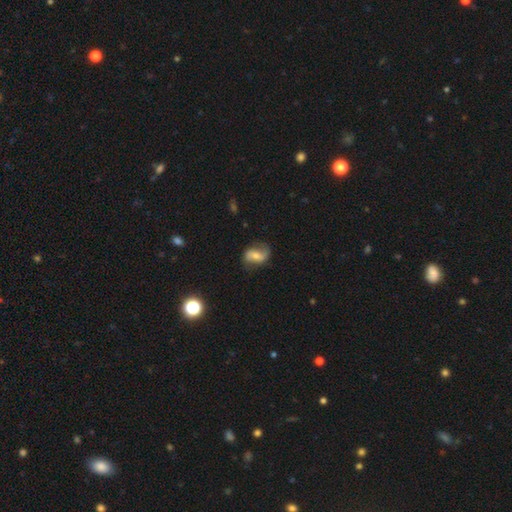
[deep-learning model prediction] This appears to be a featured or disk galaxy (59%) with a weak bar (40%), spiral arms (87%) and a moderate central bulge (44%). Merging: none (65%).